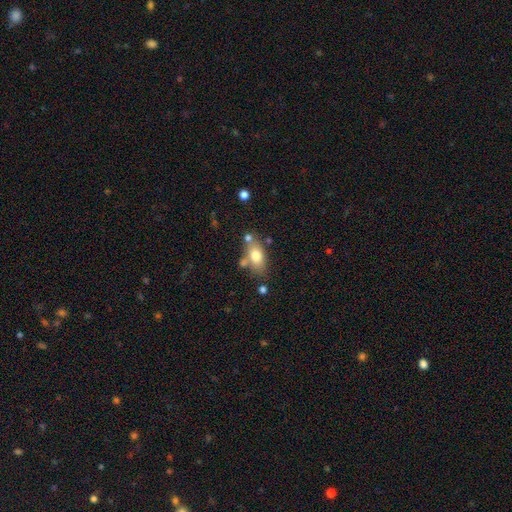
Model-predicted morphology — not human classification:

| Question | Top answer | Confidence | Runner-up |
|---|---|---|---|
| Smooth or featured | smooth | 73% | featured or disk (18%) |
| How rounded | in between | 82% | round (11%) |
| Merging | none | 63% | minor disturbance (16%) |